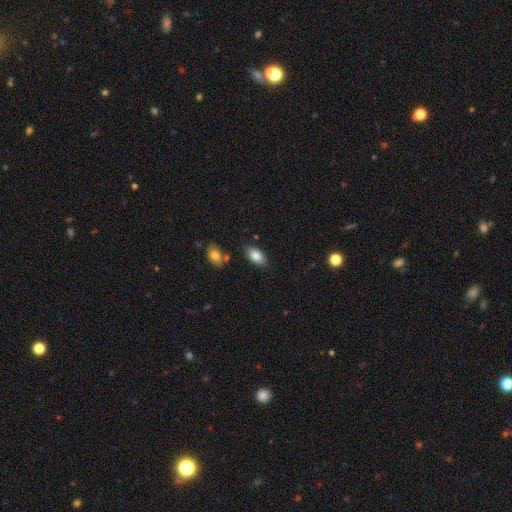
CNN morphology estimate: Overall: smooth (84%). How rounded: in between (93%). Merging: none (80%).